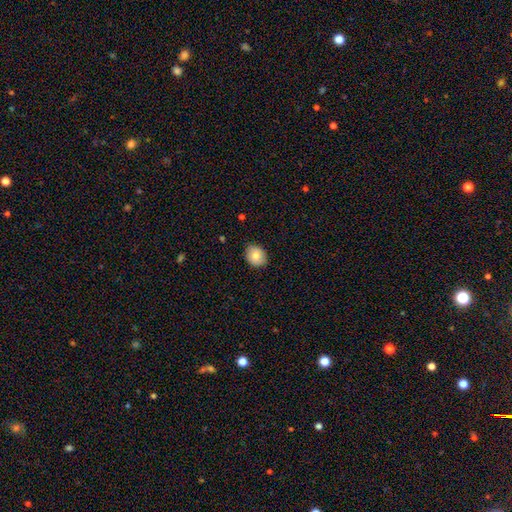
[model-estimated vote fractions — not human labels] A smooth galaxy with no disk features (81%) that is round (56%). Merging: none (86%).